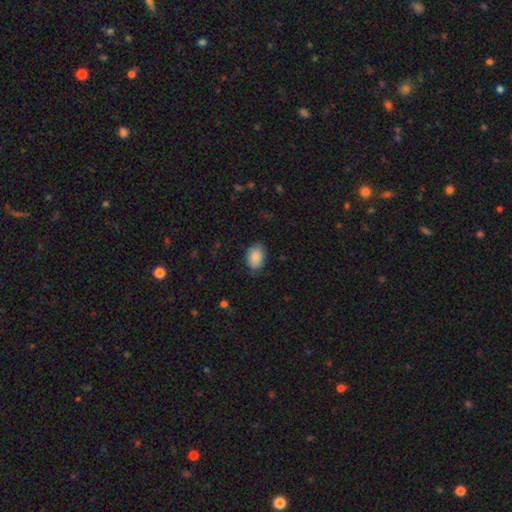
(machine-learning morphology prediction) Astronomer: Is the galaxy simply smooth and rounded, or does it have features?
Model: smooth — 88%.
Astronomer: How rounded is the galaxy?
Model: in between — 82%.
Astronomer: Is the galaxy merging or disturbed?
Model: none — 80%.